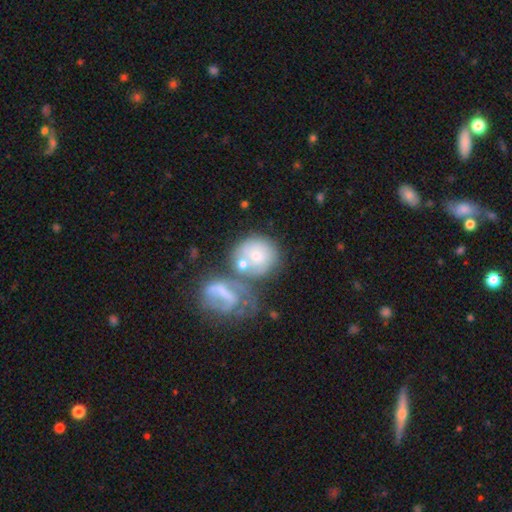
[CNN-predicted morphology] Smooth or featured?
  - smooth: 51% *
  - featured or disk: 40%
  - star or artifact: 9%
How rounded?
  - round: 77% *
  - in between: 21%
  - cigar-shaped: 1%
Merging?
  - merger: 49% *
  - none: 30%
  - minor disturbance: 12%
  - major disturbance: 9%